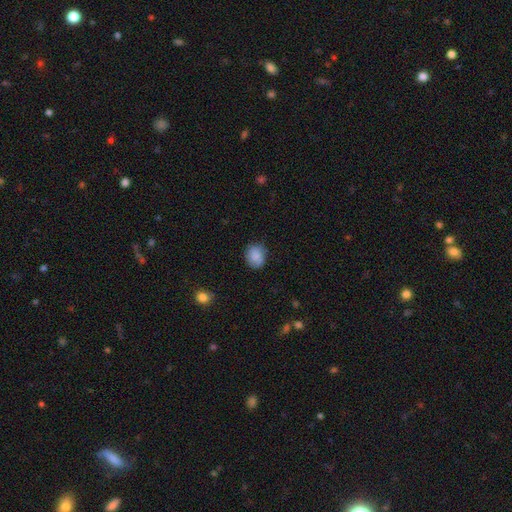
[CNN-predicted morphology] Smooth or featured?
  - smooth: 85% *
  - star or artifact: 8%
  - featured or disk: 7%
How rounded?
  - round: 61% *
  - in between: 38%
  - cigar-shaped: 1%
Merging?
  - none: 77% *
  - minor disturbance: 19%
  - major disturbance: 4%
  - merger: 1%